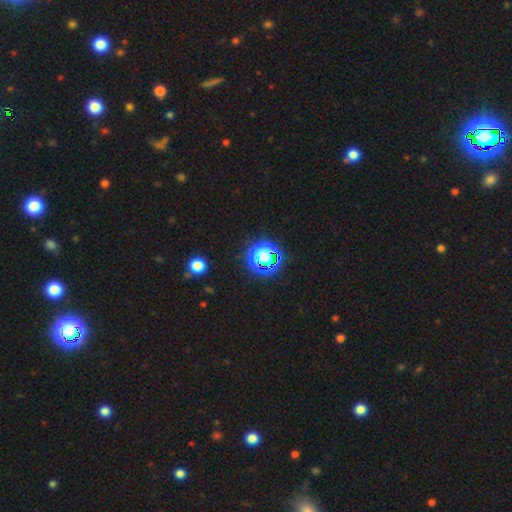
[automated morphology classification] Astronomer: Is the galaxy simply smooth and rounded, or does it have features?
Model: star or artifact — 73%.